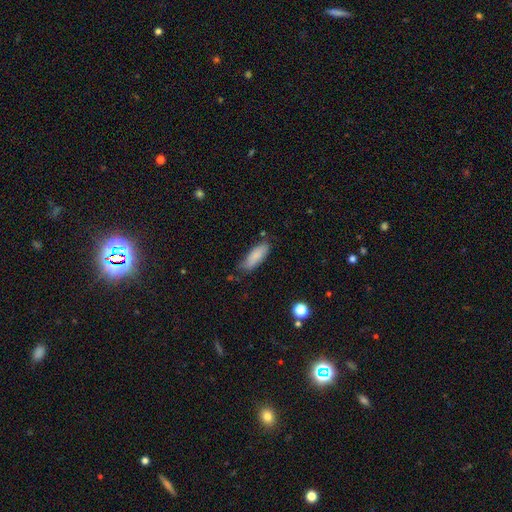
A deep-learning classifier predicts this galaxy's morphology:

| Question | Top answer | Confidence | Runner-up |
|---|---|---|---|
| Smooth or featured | smooth | 84% | featured or disk (10%) |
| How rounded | in between | 65% | cigar-shaped (34%) |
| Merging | none | 69% | minor disturbance (24%) |